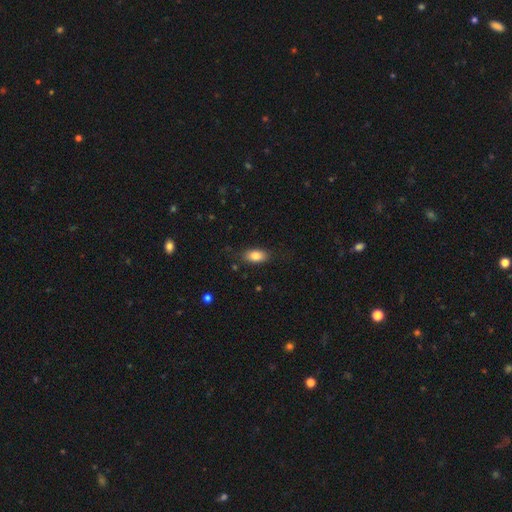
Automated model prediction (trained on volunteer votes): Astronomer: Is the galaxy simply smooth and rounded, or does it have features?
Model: smooth — 82%.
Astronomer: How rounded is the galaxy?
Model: in between — 89%.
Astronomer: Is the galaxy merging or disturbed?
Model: none — 83%.